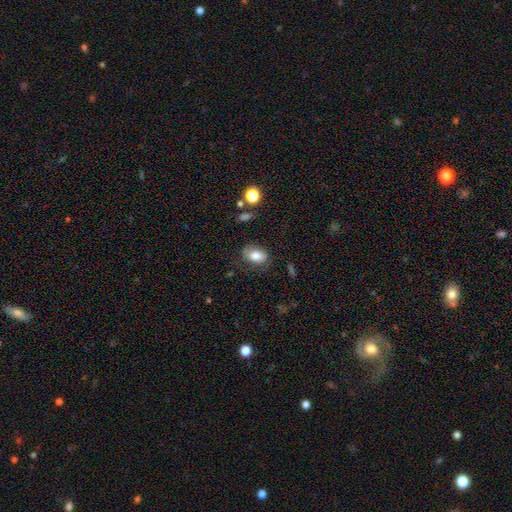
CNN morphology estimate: type=smooth (77%); roundness=in between (83%); merging=none (71%).